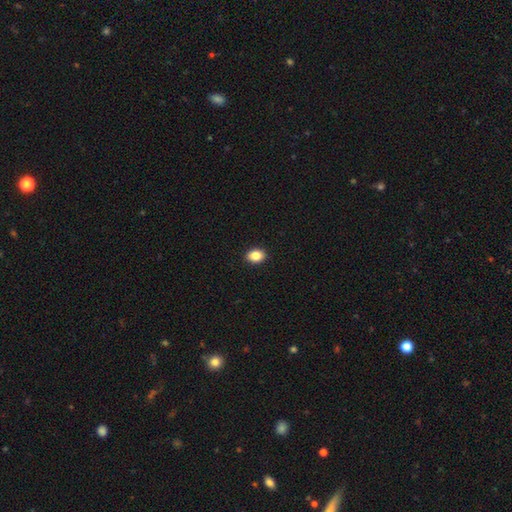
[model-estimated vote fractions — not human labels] smooth-or-featured: smooth: 85% | star or artifact: 9% | featured or disk: 6%
  how-rounded: in between: 67% | round: 32% | cigar-shaped: 1%
  merging: none: 92% | minor disturbance: 6% | major disturbance: 1% | merger: 1%